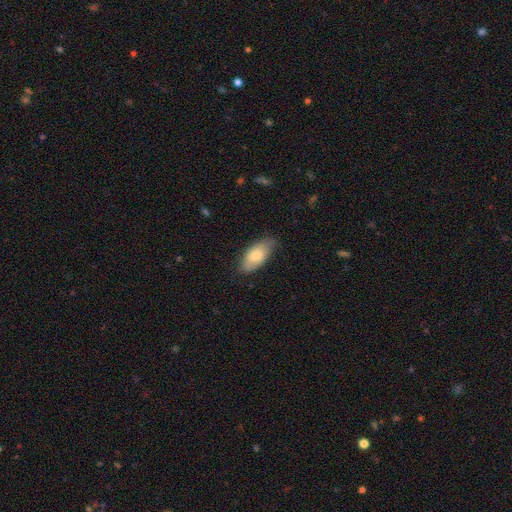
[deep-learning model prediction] A smooth galaxy with no disk features (74%) that is in between round and cigar-shaped (91%). Merging: none (70%).